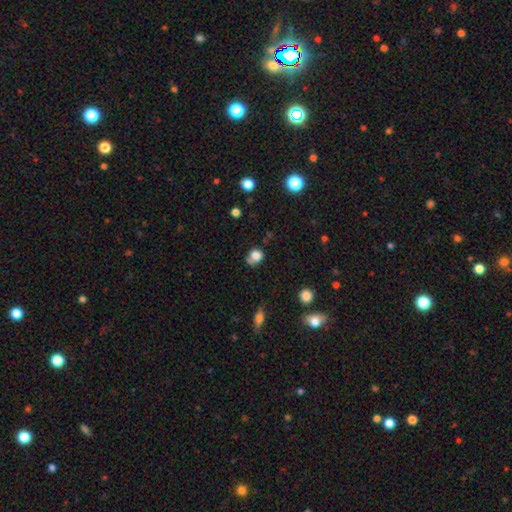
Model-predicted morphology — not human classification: A smooth galaxy with no disk features (79%) that is round (62%).

Vote fractions:
- Smooth or featured? smooth: 79% / star or artifact: 12% / featured or disk: 9%
- How rounded? round: 62% / in between: 37% / cigar-shaped: 1%
- Merging? none: 49% / minor disturbance: 29% / merger: 11% / major disturbance: 10%